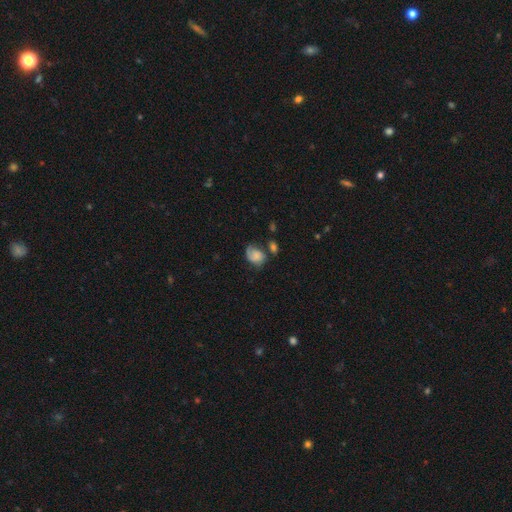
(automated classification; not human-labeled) Smooth or featured? smooth (53%)
How rounded? in between (59%)
Merging? none (43%)